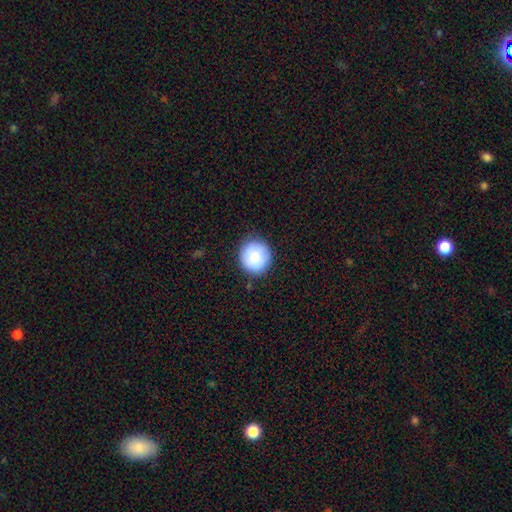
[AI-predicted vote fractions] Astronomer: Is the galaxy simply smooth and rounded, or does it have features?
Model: smooth — 85%.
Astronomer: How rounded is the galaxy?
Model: round — 92%.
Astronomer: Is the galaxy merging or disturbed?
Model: none — 86%.